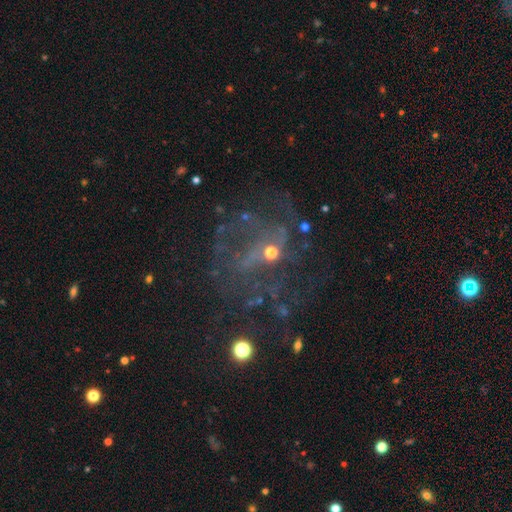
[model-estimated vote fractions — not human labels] Smooth or featured?
  - featured or disk: 70% *
  - star or artifact: 20%
  - smooth: 10%
Edge-on disk?
  - no: 97% *
  - yes: 3%
Bar?
  - no: 51% *
  - weak: 37%
  - strong: 12%
Spiral arms?
  - yes: 68% *
  - no: 32%
Bulge size?
  - small: 65% *
  - moderate: 24%
  - none: 9%
  - large: 1%
  - dominant: 1%
Merging?
  - none: 58% *
  - major disturbance: 22%
  - minor disturbance: 16%
  - merger: 4%